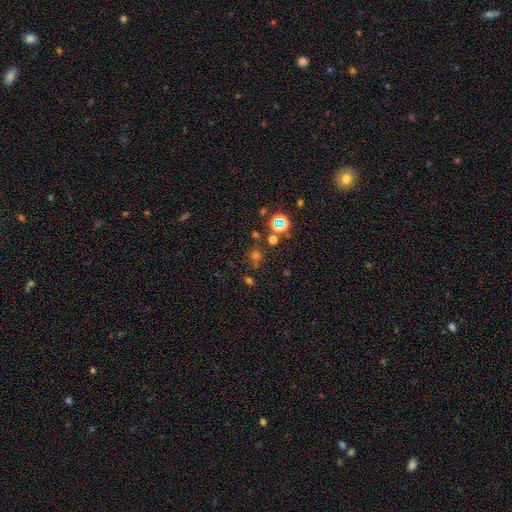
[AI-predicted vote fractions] Smooth or featured?
  - star or artifact: 51% *
  - smooth: 40%
  - featured or disk: 9%